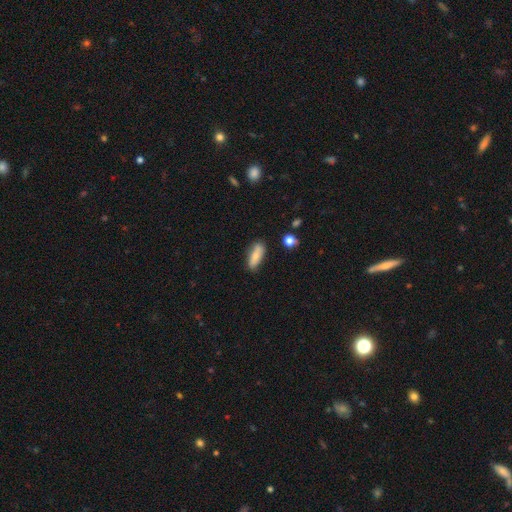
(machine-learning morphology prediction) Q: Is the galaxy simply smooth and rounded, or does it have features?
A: smooth — 75%.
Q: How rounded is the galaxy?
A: in between — 57%.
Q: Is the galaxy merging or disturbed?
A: none — 81%.